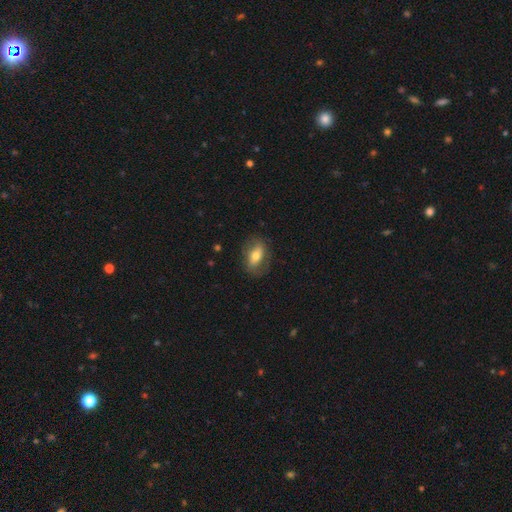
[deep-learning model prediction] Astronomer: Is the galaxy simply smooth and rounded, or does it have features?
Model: smooth — 56% (runner-up: featured or disk, 37%).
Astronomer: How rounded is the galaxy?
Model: in between — 83%.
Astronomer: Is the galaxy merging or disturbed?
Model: none — 74%.